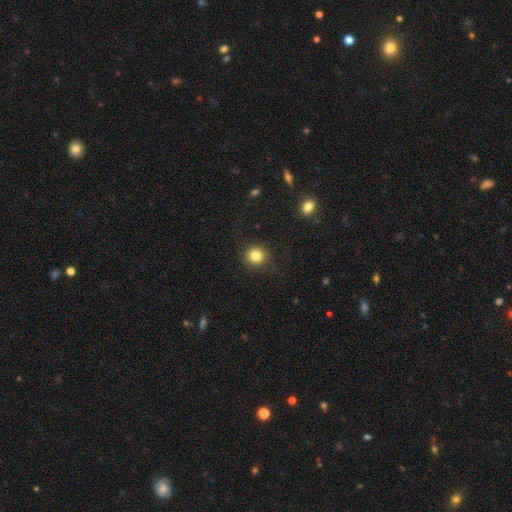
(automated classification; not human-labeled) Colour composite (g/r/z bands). It shows a smooth galaxy with no disk features (82%) that is round (93%). Merging: none (89%).